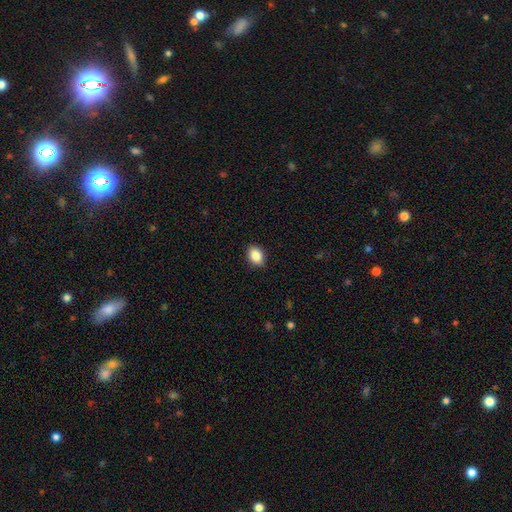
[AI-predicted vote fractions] This is clearly a smooth galaxy (87%). How rounded: likely in between (73%). Merging: clearly none (88%).